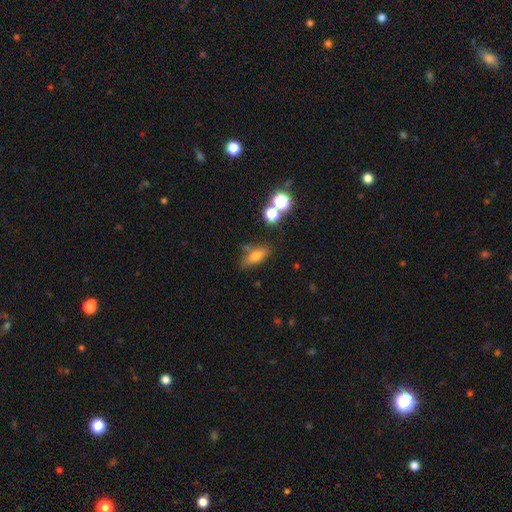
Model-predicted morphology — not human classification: Smooth or featured? smooth (68%)
How rounded? in between (63%)
Merging? none (66%)